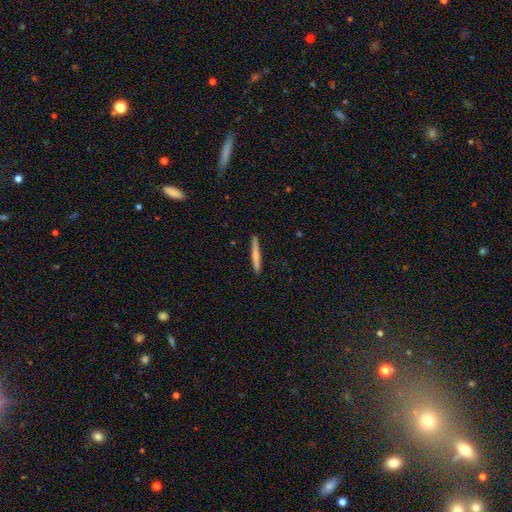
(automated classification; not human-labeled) This appears to be a smooth galaxy with no disk features (69%) that is cigar-shaped (96%). Merging: none (91%).